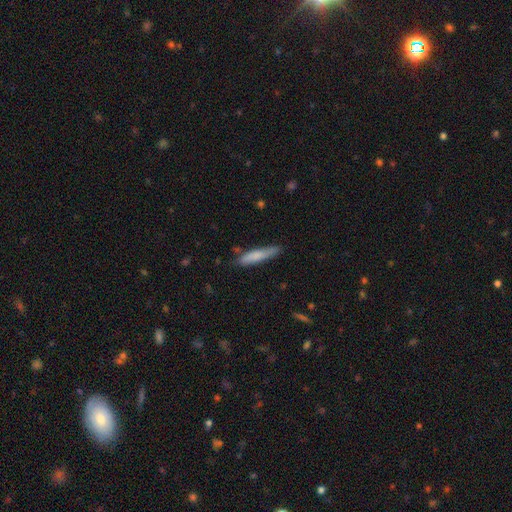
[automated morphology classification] smooth_or_featured: smooth (p=0.75) [alt: featured or disk p=0.20]
how_rounded: cigar-shaped (p=0.87) [alt: in between p=0.12]
merging: none (p=0.76) [alt: minor disturbance p=0.18]